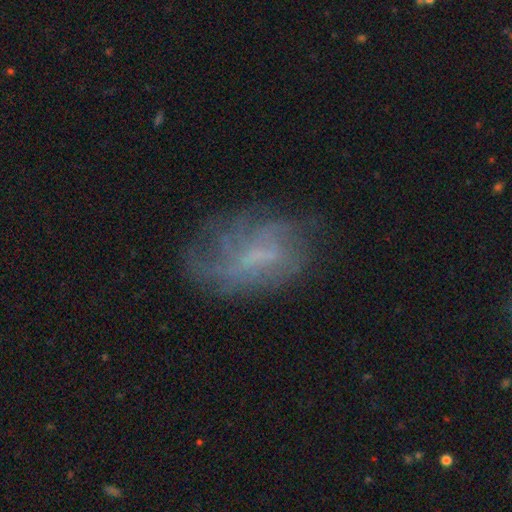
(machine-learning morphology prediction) The model was most divided on "bar": no: 48%, weak: 41%, strong: 10%. Remaining: edge-on disk — no (95%); spiral arms — yes (60%); smooth or featured — featured or disk (60%); merging — none (56%); bulge size — none (47%).